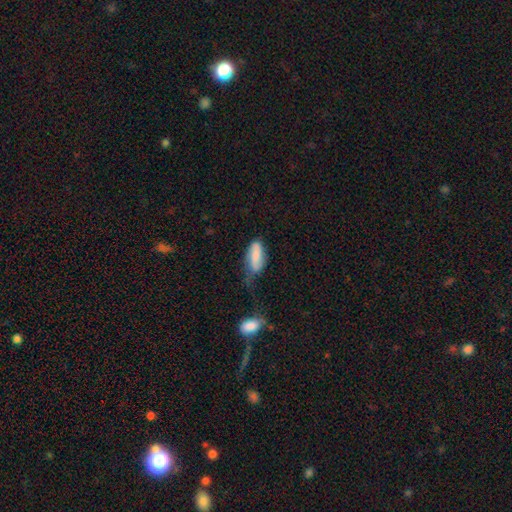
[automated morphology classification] smooth_or_featured: smooth (p=0.70) [alt: featured or disk p=0.23]
how_rounded: in between (p=0.81) [alt: cigar-shaped p=0.17]
merging: minor disturbance (p=0.37) [alt: none p=0.35]